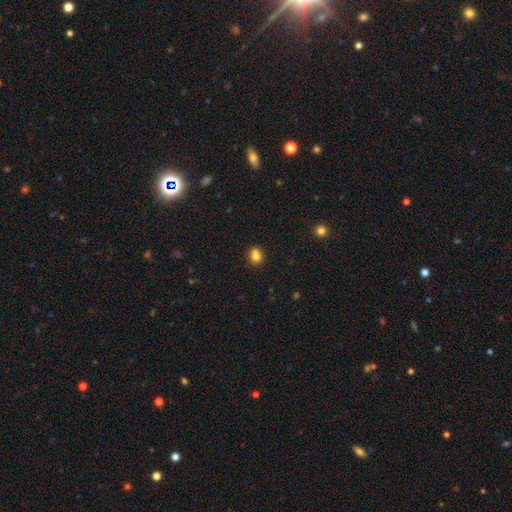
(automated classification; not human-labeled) Smooth or featured? Predicted: smooth (p=0.81). How rounded? Predicted: round (p=0.55). Merging? Predicted: none (p=0.69).